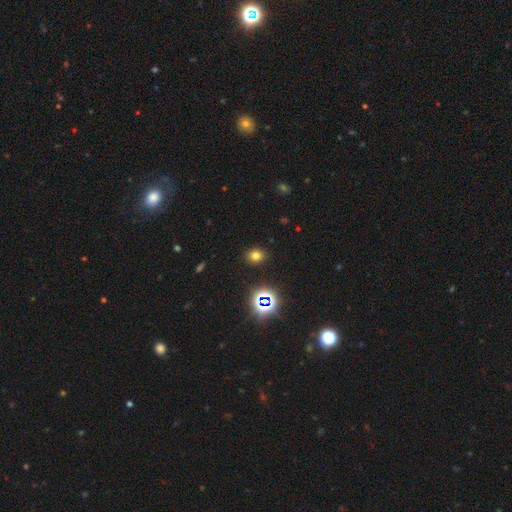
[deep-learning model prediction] Smooth or featured?
  - smooth: 71% *
  - star or artifact: 22%
  - featured or disk: 7%
How rounded?
  - round: 60% *
  - in between: 39%
  - cigar-shaped: 1%
Merging?
  - none: 89% *
  - minor disturbance: 7%
  - major disturbance: 3%
  - merger: 1%